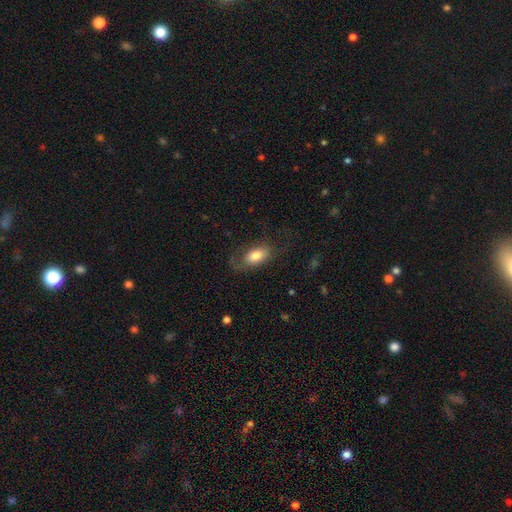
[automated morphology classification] A smooth galaxy with no disk features (73%) that is in between round and cigar-shaped (91%). Merging: none (56%).